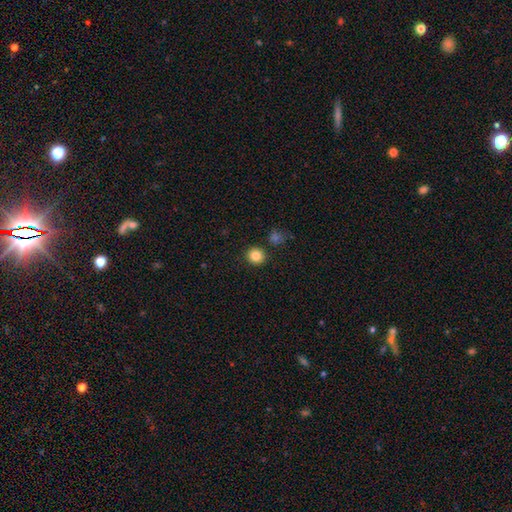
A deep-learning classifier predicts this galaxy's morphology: A smooth galaxy with no disk features (84%) that is round (90%).

Vote fractions:
- Smooth or featured? smooth: 84% / star or artifact: 11% / featured or disk: 5%
- How rounded? round: 90% / in between: 9% / cigar-shaped: 1%
- Merging? none: 89% / minor disturbance: 6% / merger: 3% / major disturbance: 2%